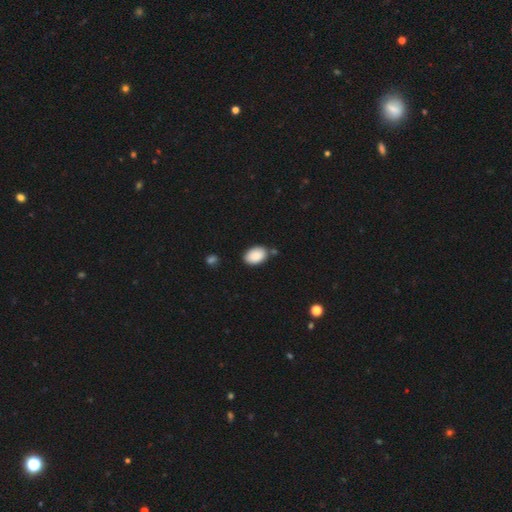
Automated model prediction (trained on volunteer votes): A smooth galaxy with no disk features (89%) that is in between round and cigar-shaped (90%). Merging: none (77%).